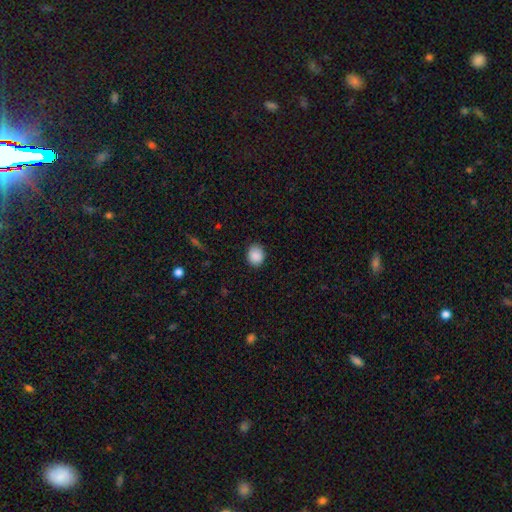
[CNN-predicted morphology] The model was most divided on "how rounded": round: 66%, in between: 33%, cigar-shaped: 1%. More confident: smooth or featured — smooth (89%); merging — none (87%).